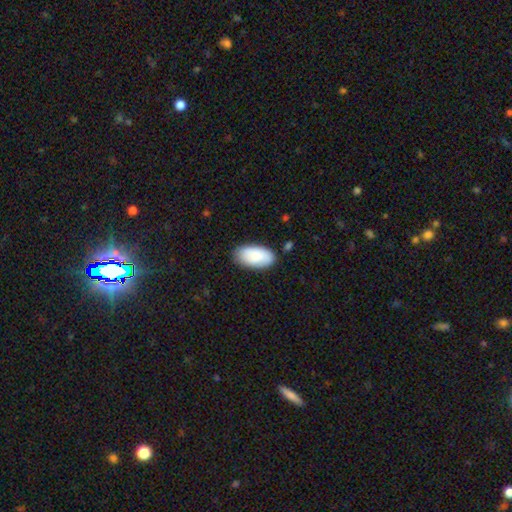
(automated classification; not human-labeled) Smooth or featured? smooth (86%)
How rounded? in between (96%)
Merging? none (80%)